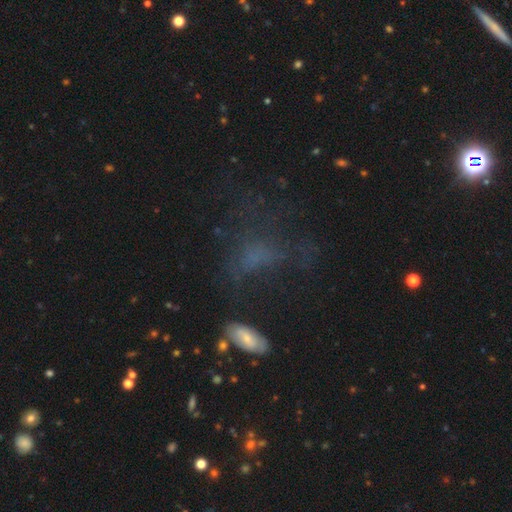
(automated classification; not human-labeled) A smooth galaxy with no disk features (41%).

Vote fractions:
- Smooth or featured? smooth: 41% / featured or disk: 30% / star or artifact: 30%
- Merging? none: 42% / major disturbance: 33% / minor disturbance: 18% / merger: 7%